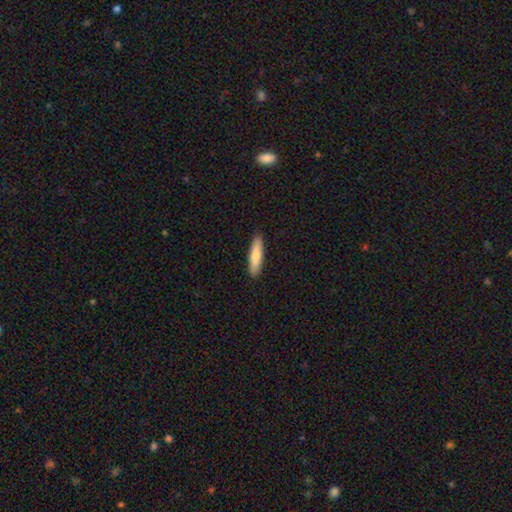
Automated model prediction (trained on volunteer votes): The model was most divided on "how rounded": cigar-shaped: 78%, in between: 20%, round: 1%. More confident: merging — none (91%); smooth or featured — smooth (77%).